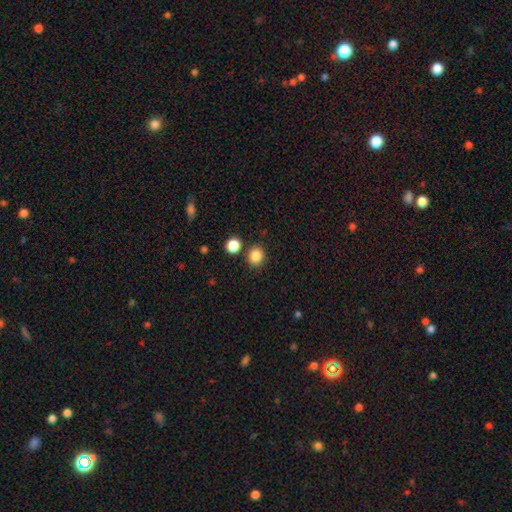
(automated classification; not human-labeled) This appears to be a smooth galaxy with no disk features (86%) that is round (75%). Merging: none (82%).